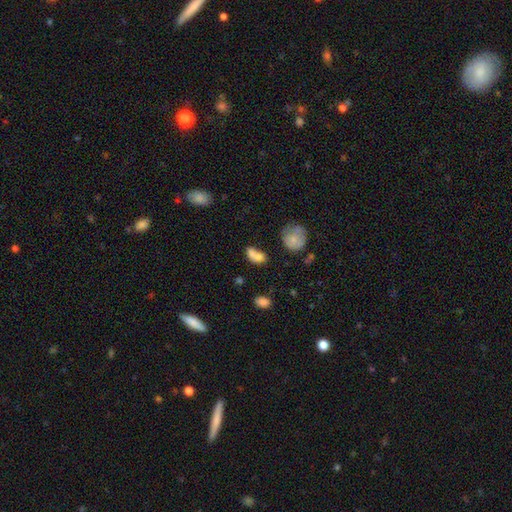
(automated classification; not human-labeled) Morphology: type=smooth (73%); roundness=in between (69%); merging=merger (58%).